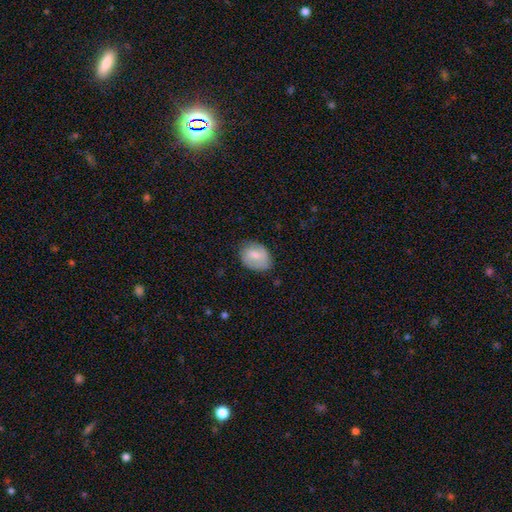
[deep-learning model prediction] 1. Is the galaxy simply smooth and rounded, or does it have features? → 64% smooth, 29% featured or disk, 7% star or artifact.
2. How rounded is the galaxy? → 63% in between, 36% round, 1% cigar-shaped.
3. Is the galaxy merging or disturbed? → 68% none, 24% minor disturbance, 6% major disturbance, 1% merger.